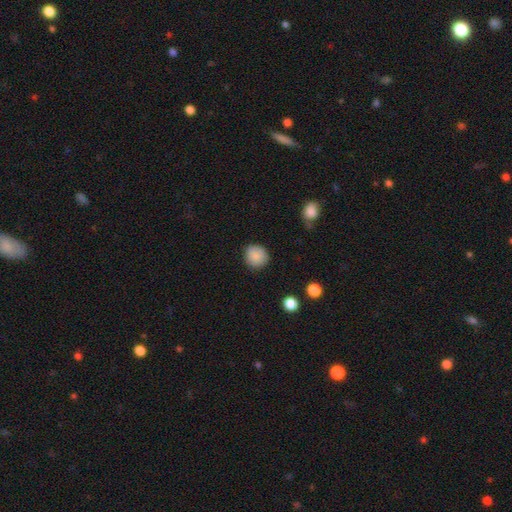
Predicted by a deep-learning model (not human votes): This is clearly a smooth galaxy (87%). How rounded: clearly round (90%). Merging: clearly none (85%).